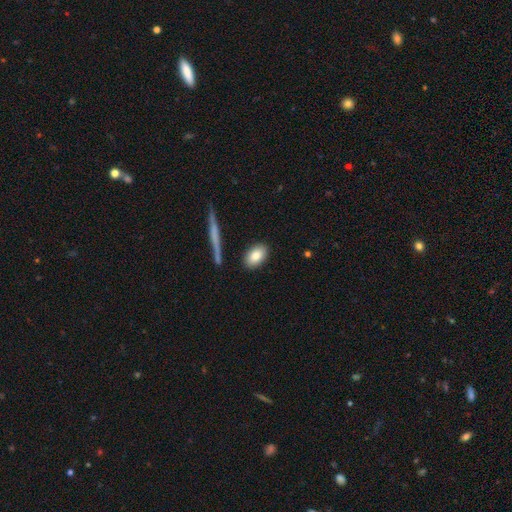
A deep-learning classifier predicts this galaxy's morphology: Overall: smooth (83%). How rounded: in between (87%). Merging: none (87%).